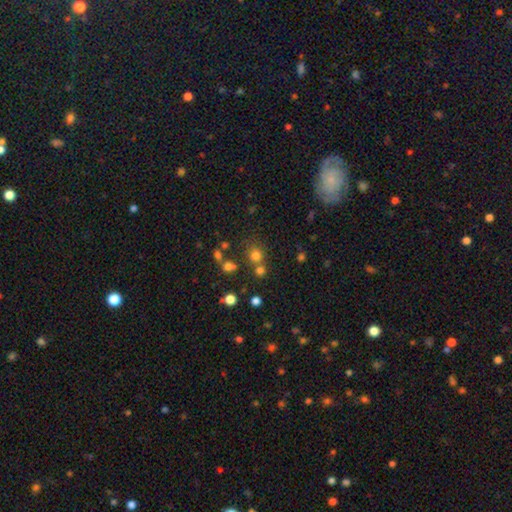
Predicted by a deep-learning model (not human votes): A smooth galaxy with no disk features (72%) that is round (84%). Merging: none (61%).